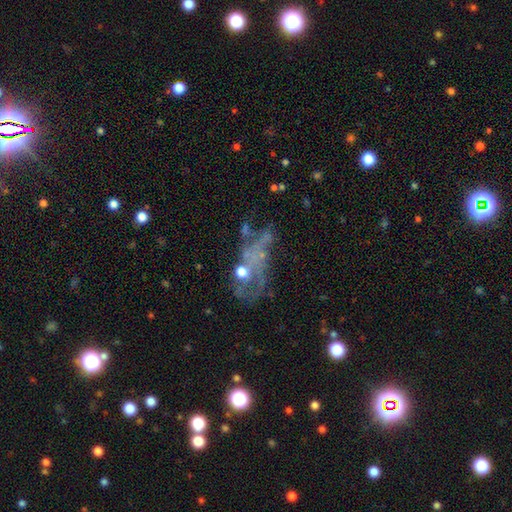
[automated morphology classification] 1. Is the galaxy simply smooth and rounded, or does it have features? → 52% featured or disk, 25% star or artifact, 23% smooth.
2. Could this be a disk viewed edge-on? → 93% no, 7% yes.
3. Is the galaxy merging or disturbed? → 38% major disturbance, 32% none, 17% minor disturbance, 14% merger.